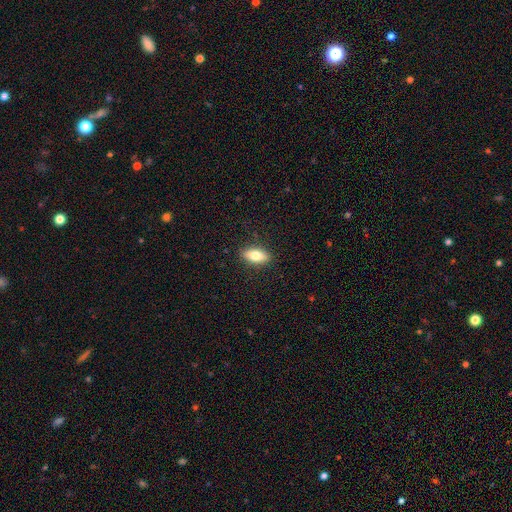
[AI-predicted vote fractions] smooth_or_featured: smooth (p=0.76) [alt: featured or disk p=0.17]
how_rounded: in between (p=0.84) [alt: cigar-shaped p=0.12]
merging: none (p=0.88) [alt: minor disturbance p=0.09]